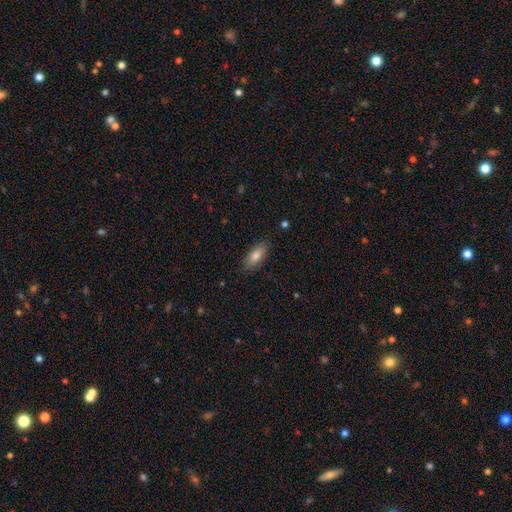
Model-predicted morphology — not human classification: Smooth or featured: smooth — 80% (featured or disk — 13%)
How rounded: in between — 82% (cigar-shaped — 15%)
Merging: none — 85% (minor disturbance — 12%)